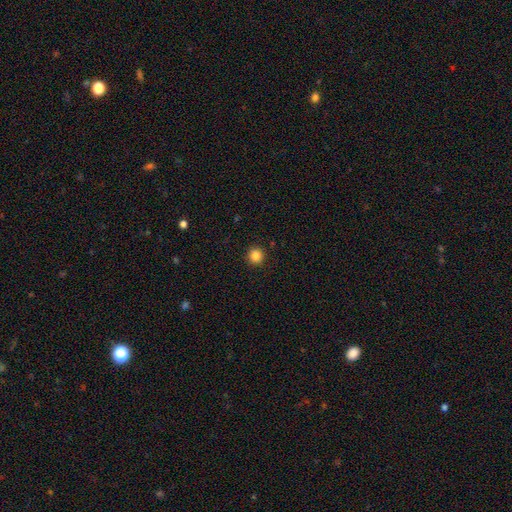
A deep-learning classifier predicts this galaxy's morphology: Smooth or featured: smooth — 85% (star or artifact — 11%)
How rounded: round — 95% (in between — 4%)
Merging: none — 92% (minor disturbance — 5%)